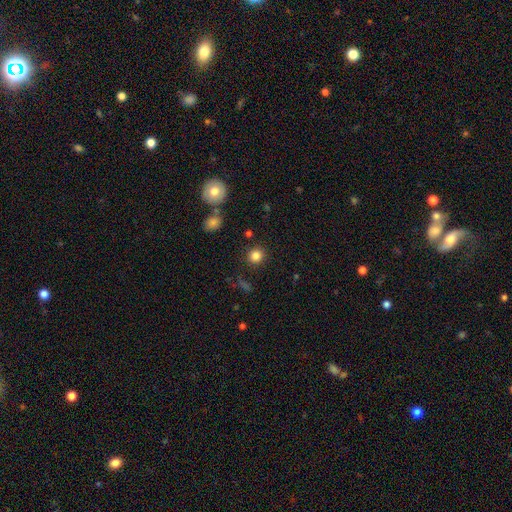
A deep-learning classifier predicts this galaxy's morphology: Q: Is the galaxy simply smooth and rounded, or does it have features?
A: smooth — 83%.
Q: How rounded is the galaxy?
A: round — 89%.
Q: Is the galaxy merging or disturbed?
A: none — 88%.